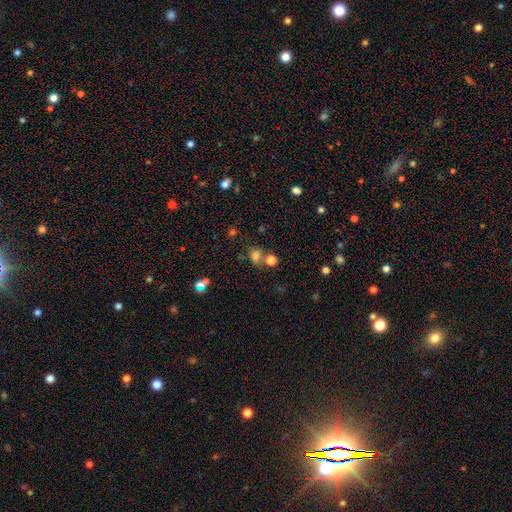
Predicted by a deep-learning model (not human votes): smooth_or_featured: smooth (p=0.72) [alt: star or artifact p=0.20]
how_rounded: round (p=0.51) [alt: in between p=0.48]
merging: none (p=0.56) [alt: merger p=0.24]